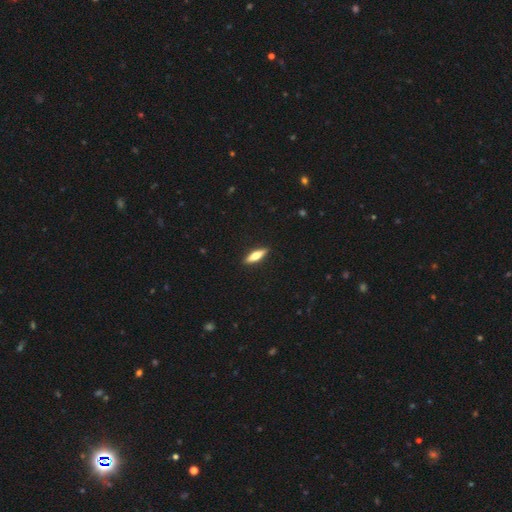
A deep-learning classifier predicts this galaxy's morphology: The model was most divided on "smooth or featured": smooth: 57%, featured or disk: 37%, star or artifact: 6%. More confident: merging — none (90%); how rounded — cigar-shaped (63%).